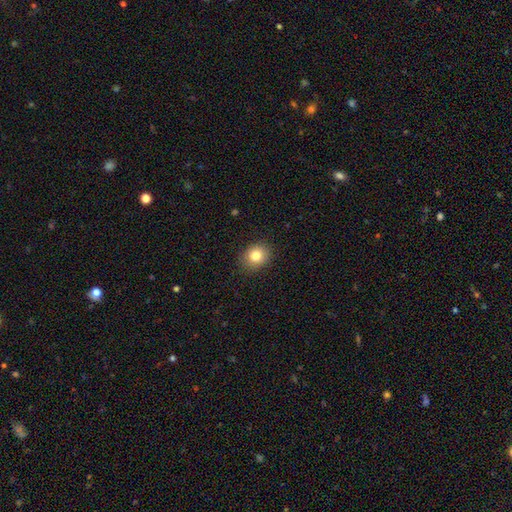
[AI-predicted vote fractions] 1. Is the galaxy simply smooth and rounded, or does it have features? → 81% smooth, 11% star or artifact, 8% featured or disk.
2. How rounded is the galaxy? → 67% round, 33% in between, 1% cigar-shaped.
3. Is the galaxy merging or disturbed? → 88% none, 9% minor disturbance, 2% major disturbance, 1% merger.